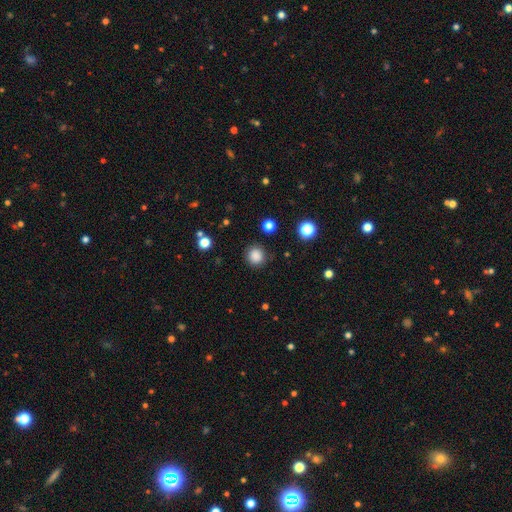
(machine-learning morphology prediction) The model was most divided on "smooth or featured": smooth: 85%, star or artifact: 12%, featured or disk: 3%. More confident: how rounded — round (91%); merging — none (87%).